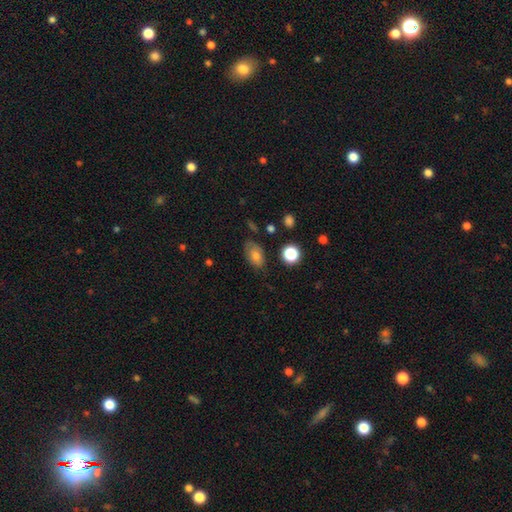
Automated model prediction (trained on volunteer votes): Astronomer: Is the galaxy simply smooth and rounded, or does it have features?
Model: smooth — 73%.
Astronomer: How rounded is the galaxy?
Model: in between — 86%.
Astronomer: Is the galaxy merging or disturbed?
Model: none — 67%.